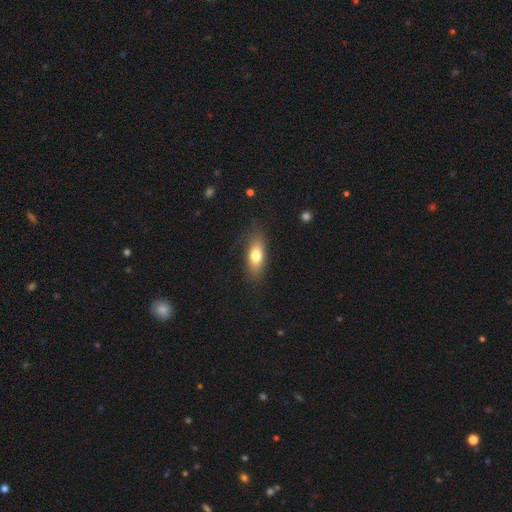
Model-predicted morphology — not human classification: smooth-or-featured: smooth: 74% | featured or disk: 19% | star or artifact: 8%
  how-rounded: in between: 76% | cigar-shaped: 19% | round: 6%
  merging: none: 81% | minor disturbance: 14% | major disturbance: 4% | merger: 1%